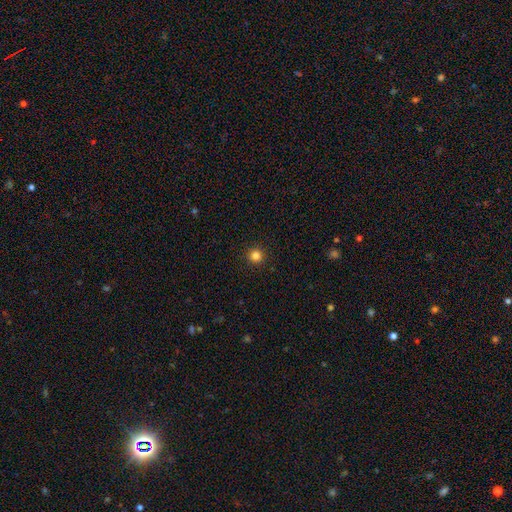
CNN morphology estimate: Smooth or featured?
  - smooth: 83% *
  - star or artifact: 13%
  - featured or disk: 4%
How rounded?
  - round: 96% *
  - in between: 3%
  - cigar-shaped: 1%
Merging?
  - none: 93% *
  - minor disturbance: 5%
  - major disturbance: 2%
  - merger: 1%